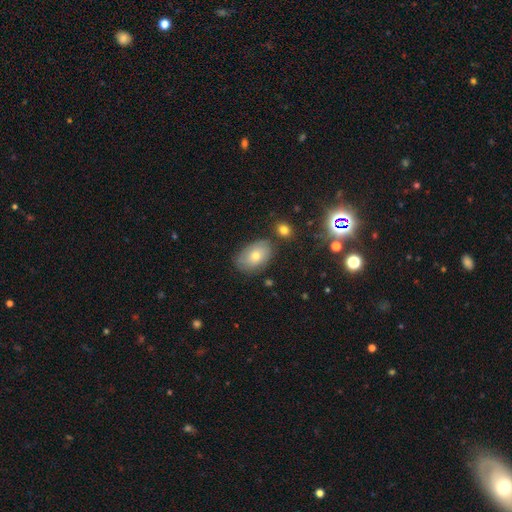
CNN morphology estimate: Smooth or featured?
  - smooth: 64% *
  - featured or disk: 22%
  - star or artifact: 14%
How rounded?
  - in between: 86% *
  - round: 13%
  - cigar-shaped: 1%
Merging?
  - none: 76% *
  - minor disturbance: 16%
  - merger: 4%
  - major disturbance: 4%